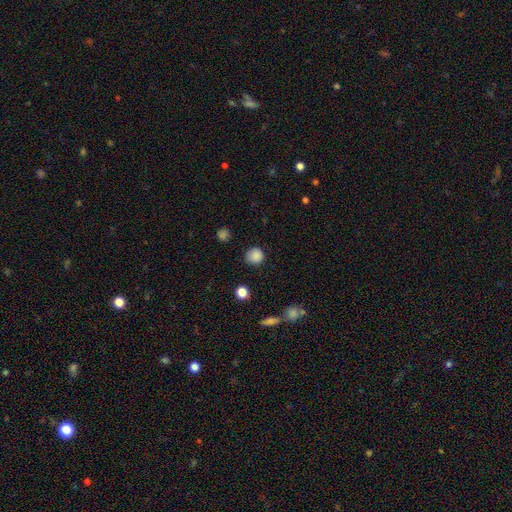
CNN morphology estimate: Smooth or featured? smooth (86%)
How rounded? round (92%)
Merging? none (85%)